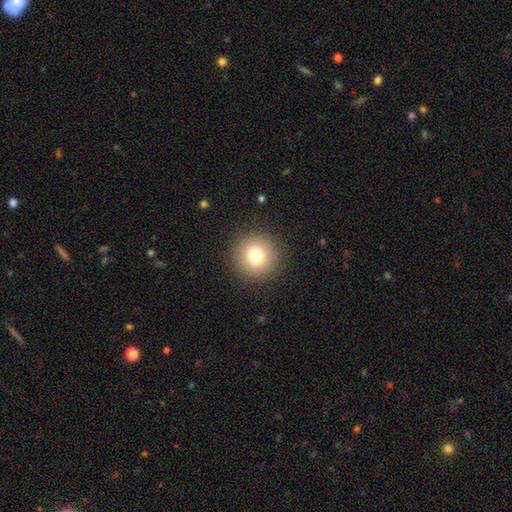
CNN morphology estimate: smooth 78%, star or artifact 12%, featured or disk 10%. Down the decision tree: how rounded — round (95%); merging — none (91%).